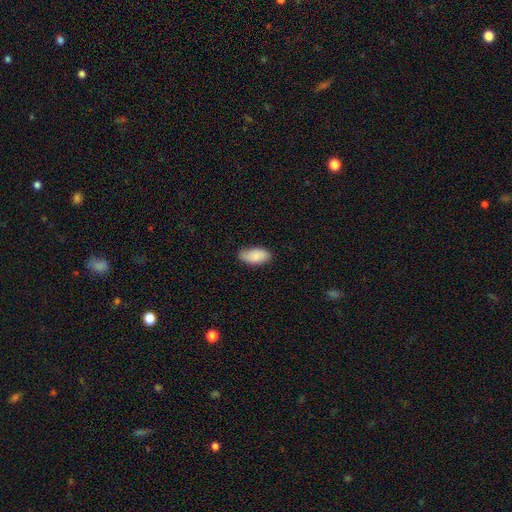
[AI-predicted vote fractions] Smooth or featured: smooth — 86% (featured or disk — 8%)
How rounded: in between — 94% (cigar-shaped — 4%)
Merging: none — 75% (minor disturbance — 21%)